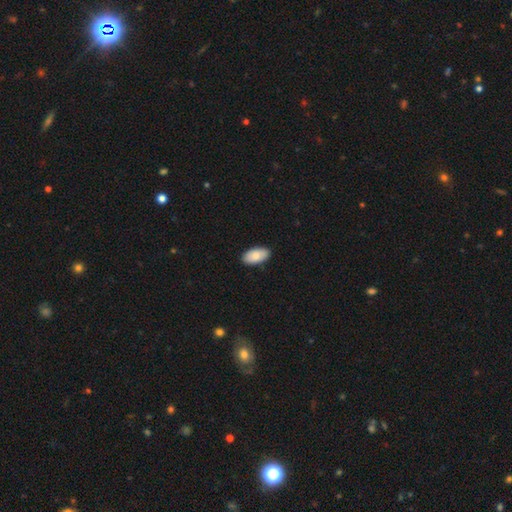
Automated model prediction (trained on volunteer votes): A smooth galaxy with no disk features (85%) that is in between round and cigar-shaped (95%). Merging: none (89%).